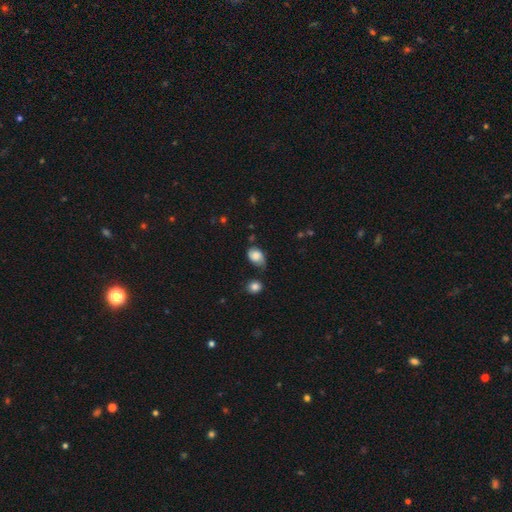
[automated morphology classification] A smooth galaxy with no disk features (64%) that is in between round and cigar-shaped (76%).

Vote fractions:
- Smooth or featured? smooth: 64% / featured or disk: 27% / star or artifact: 9%
- How rounded? in between: 76% / round: 23% / cigar-shaped: 1%
- Merging? none: 47% / minor disturbance: 35% / major disturbance: 12% / merger: 5%